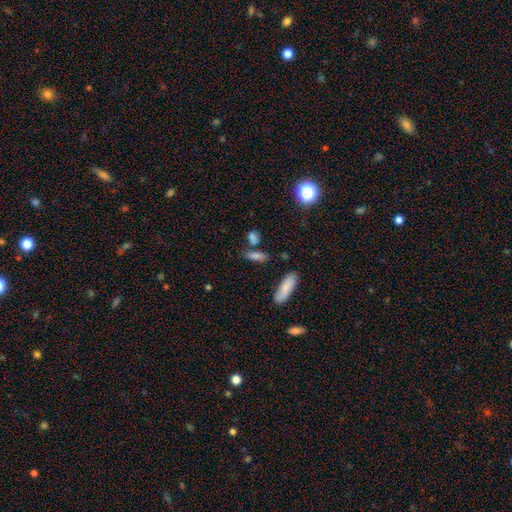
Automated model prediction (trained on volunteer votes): smooth 78%, star or artifact 12%, featured or disk 10%. Down the decision tree: how rounded — in between (53%); merging — none (67%).